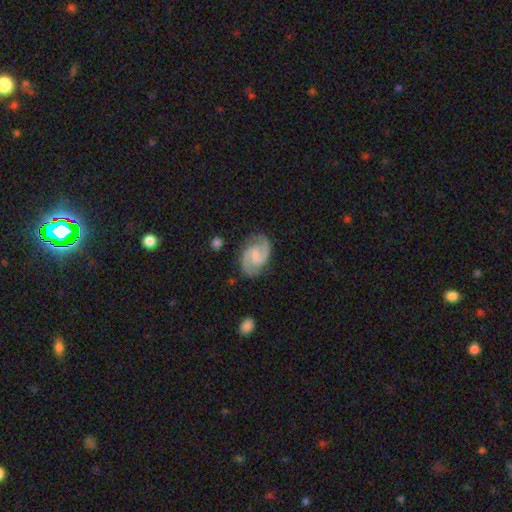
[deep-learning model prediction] This appears to be a featured or disk galaxy (87%) with a weak bar (56%), 2 (93%) medium (58%) spiral arms (97%) and a small central bulge (44%). Merging: none (81%).